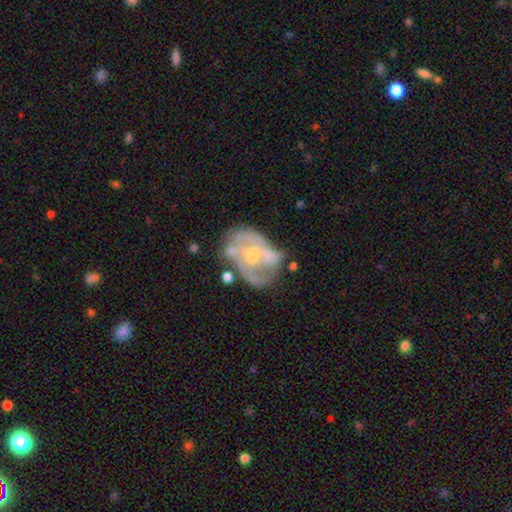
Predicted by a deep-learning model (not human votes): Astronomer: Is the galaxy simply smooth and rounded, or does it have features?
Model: featured or disk — 74%.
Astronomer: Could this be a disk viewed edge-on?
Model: no — 97%.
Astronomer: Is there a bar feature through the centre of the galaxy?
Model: no — 66%.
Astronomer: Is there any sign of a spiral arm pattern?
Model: yes — 53% (runner-up: no, 47%).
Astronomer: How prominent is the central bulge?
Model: moderate — 53% (runner-up: small, 36%).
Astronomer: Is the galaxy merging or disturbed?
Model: none — 44% (runner-up: minor disturbance, 23%).